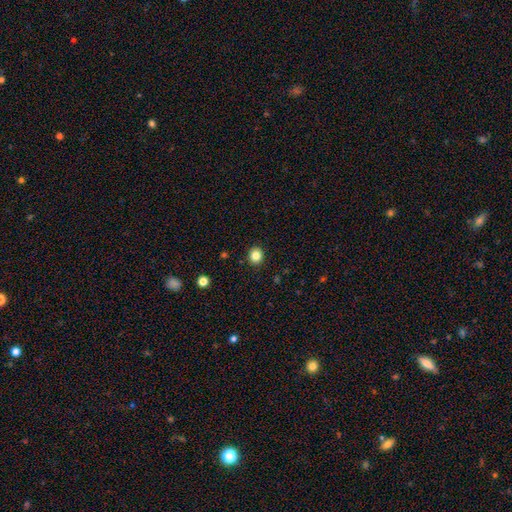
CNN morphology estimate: Smooth or featured? smooth (84%)
How rounded? round (78%)
Merging? none (92%)